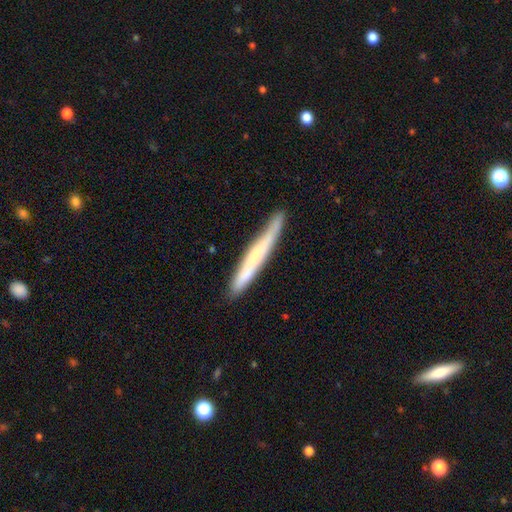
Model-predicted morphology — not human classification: The model was most divided on "smooth or featured": smooth: 50%, featured or disk: 45%, star or artifact: 6%. More confident: merging — none (82%).